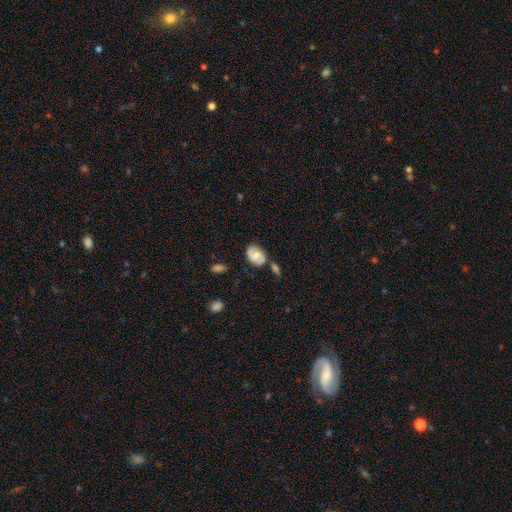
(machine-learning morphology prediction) Smooth or featured? featured or disk (48%)
Merging? none (60%)